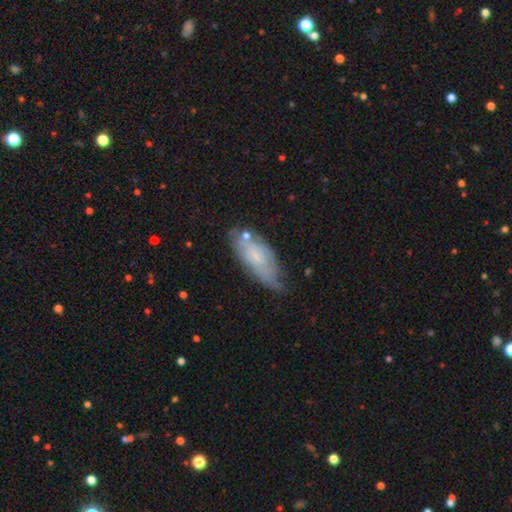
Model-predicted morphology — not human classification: smooth-or-featured: smooth: 51% | featured or disk: 42% | star or artifact: 7%
  how-rounded: in between: 78% | cigar-shaped: 20% | round: 2%
  merging: none: 53% | minor disturbance: 32% | major disturbance: 9% | merger: 6%